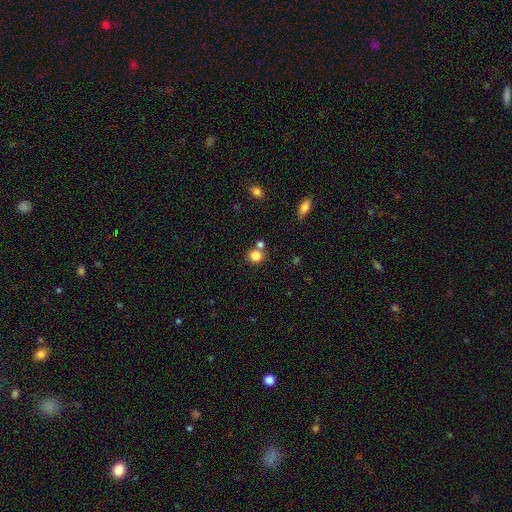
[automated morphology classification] A smooth galaxy with no disk features (82%) that is round (83%).

Vote fractions:
- Smooth or featured? smooth: 82% / star or artifact: 12% / featured or disk: 6%
- How rounded? round: 83% / in between: 16% / cigar-shaped: 1%
- Merging? none: 64% / merger: 24% / minor disturbance: 9% / major disturbance: 3%